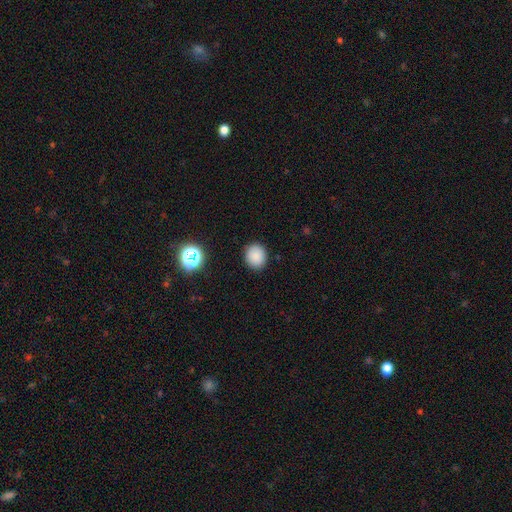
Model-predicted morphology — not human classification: Q: Smooth or featured?
A: smooth (85%); runner-up: star or artifact (11%)
Q: How rounded?
A: round (73%); runner-up: in between (26%)
Q: Merging?
A: none (90%); runner-up: minor disturbance (7%)